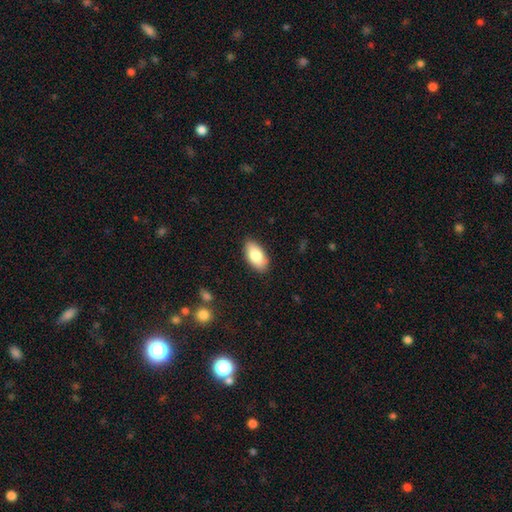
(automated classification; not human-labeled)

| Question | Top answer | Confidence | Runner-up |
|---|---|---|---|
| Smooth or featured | smooth | 82% | featured or disk (12%) |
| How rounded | in between | 93% | cigar-shaped (4%) |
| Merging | none | 87% | minor disturbance (10%) |